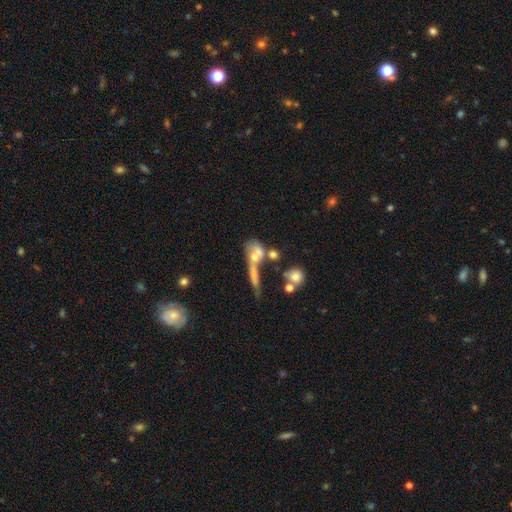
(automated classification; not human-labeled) Smooth or featured: smooth — 48% (featured or disk — 39%)
Merging: merger — 51% (major disturbance — 20%)